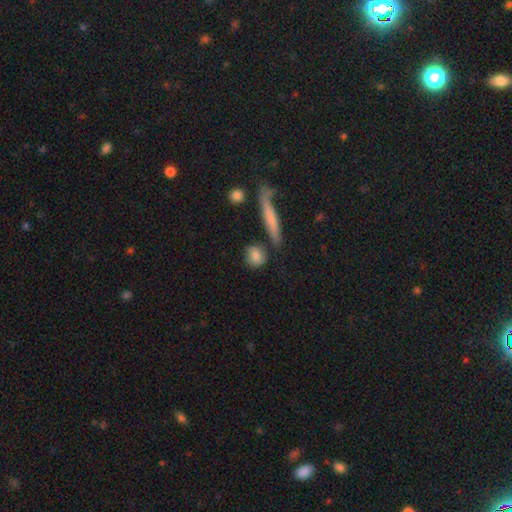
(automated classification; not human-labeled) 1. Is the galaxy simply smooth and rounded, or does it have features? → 81% smooth, 12% featured or disk, 7% star or artifact.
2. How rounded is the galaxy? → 68% round, 22% in between, 10% cigar-shaped.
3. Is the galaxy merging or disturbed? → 72% none, 15% minor disturbance, 8% merger, 5% major disturbance.